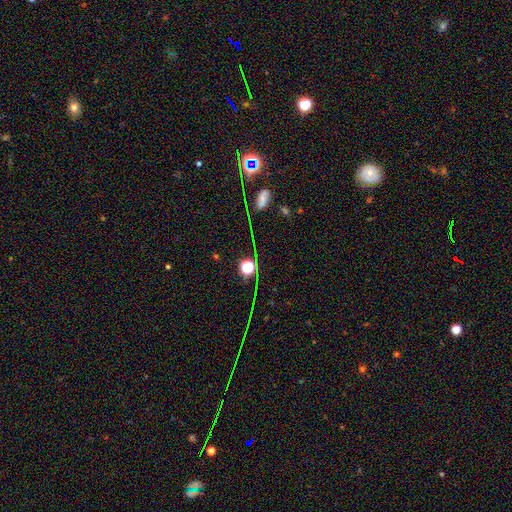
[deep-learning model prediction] smooth_or_featured: star or artifact (p=0.65) [alt: smooth p=0.22]